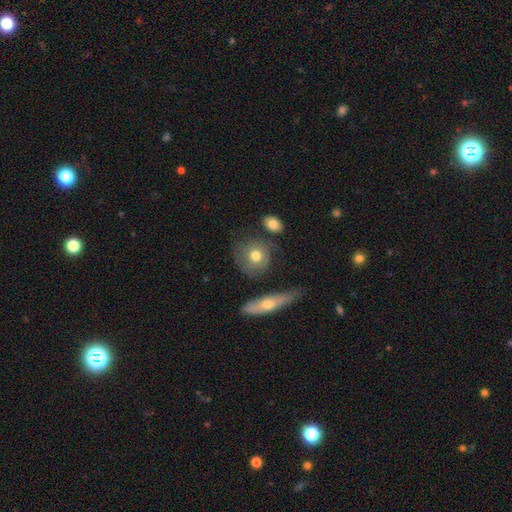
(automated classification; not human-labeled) This is likely a smooth galaxy (66%). How rounded: likely round (79%). Merging: likely none (65%).